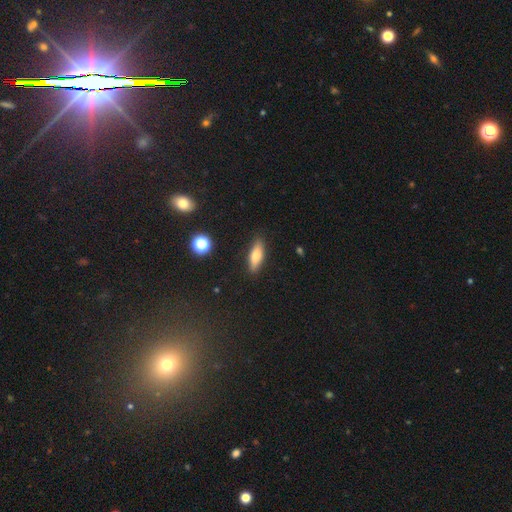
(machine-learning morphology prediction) This appears to be a smooth galaxy with no disk features (69%) that is in between round and cigar-shaped (51%). Merging: none (86%).